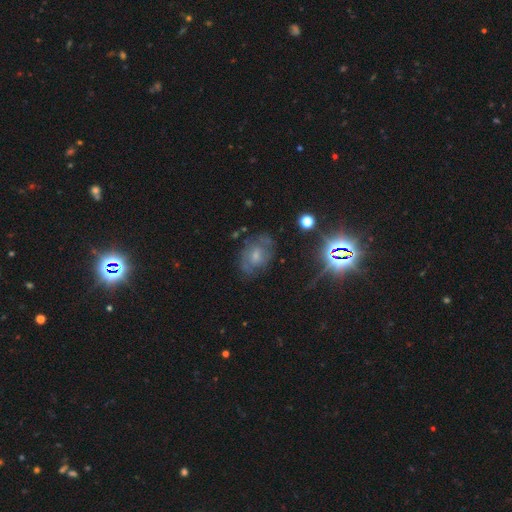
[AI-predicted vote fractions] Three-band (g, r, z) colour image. It shows a featured or disk galaxy (52%). Merging: none (64%).